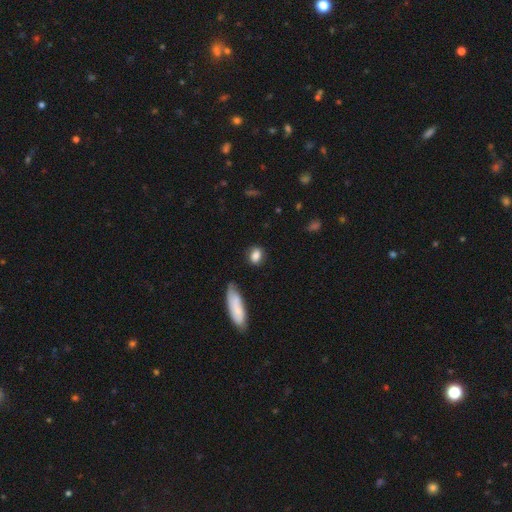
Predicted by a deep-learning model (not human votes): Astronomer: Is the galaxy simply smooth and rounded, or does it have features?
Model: smooth — 81%.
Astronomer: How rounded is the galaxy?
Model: in between — 59% (runner-up: round, 37%).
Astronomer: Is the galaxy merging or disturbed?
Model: none — 73%.